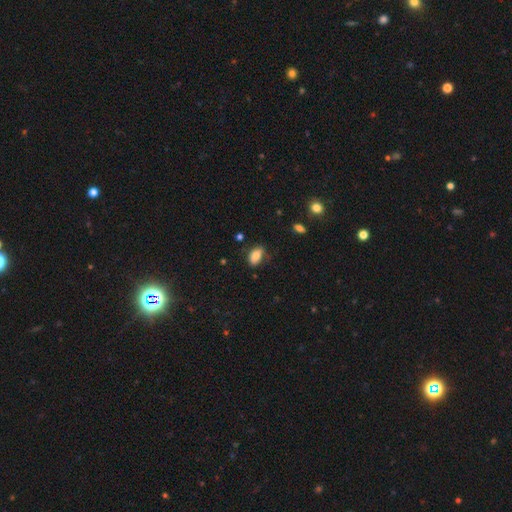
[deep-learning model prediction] Overall: smooth (85%). How rounded: in between (91%). Merging: none (69%).